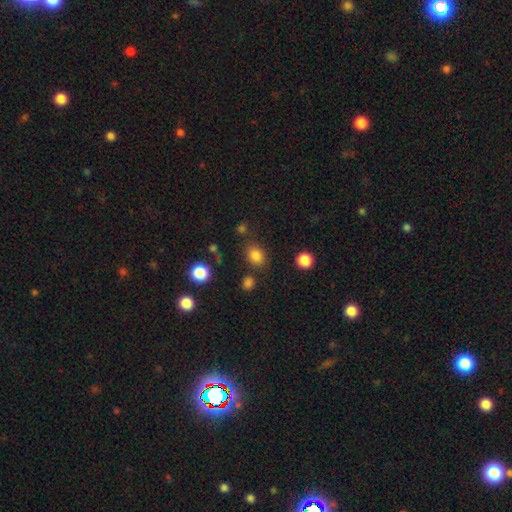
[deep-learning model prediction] smooth_or_featured: smooth (p=0.83) [alt: star or artifact p=0.12]
how_rounded: round (p=0.54) [alt: in between p=0.45]
merging: none (p=0.79) [alt: minor disturbance p=0.11]